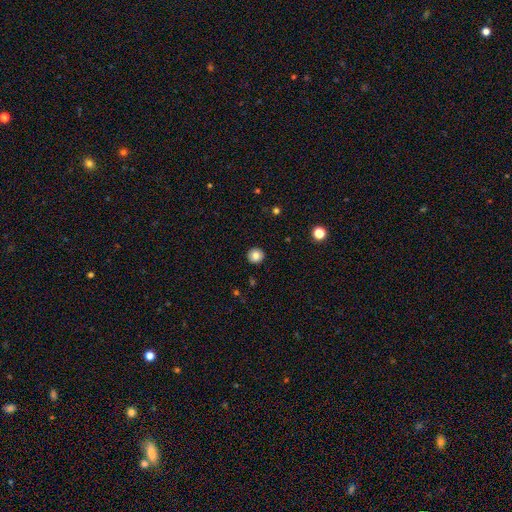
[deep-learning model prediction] This is clearly a smooth galaxy (82%). How rounded: clearly round (94%). Merging: clearly none (92%).